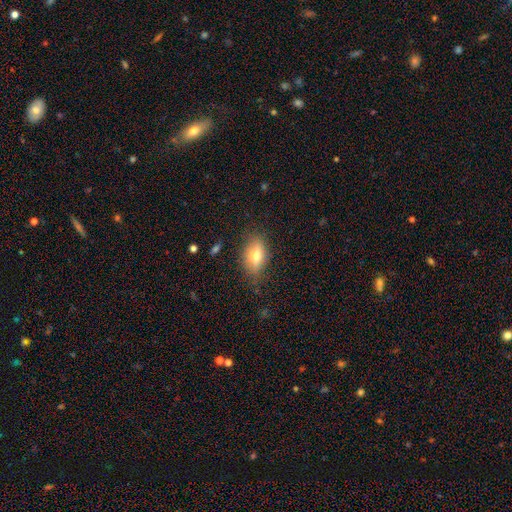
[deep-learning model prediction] Q: Smooth or featured?
A: smooth (67%); runner-up: featured or disk (24%)
Q: How rounded?
A: in between (82%); runner-up: round (11%)
Q: Merging?
A: none (76%); runner-up: minor disturbance (18%)